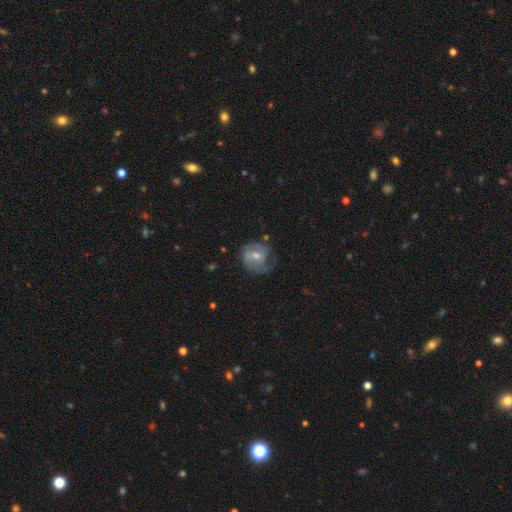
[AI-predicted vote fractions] smooth_or_featured: featured or disk (p=0.74) [alt: smooth p=0.17]
disk_edge_on: no (p=0.98) [alt: yes p=0.02]
bar: no (p=0.50) [alt: weak p=0.40]
has_spiral_arms: yes (p=0.89) [alt: no p=0.11]
spiral_winding: tight (p=0.44) [alt: medium p=0.41]
spiral_arm_count: 2 (p=0.40) [alt: can't tell p=0.26]
bulge_size: moderate (p=0.53) [alt: small p=0.42]
merging: none (p=0.64) [alt: minor disturbance p=0.21]